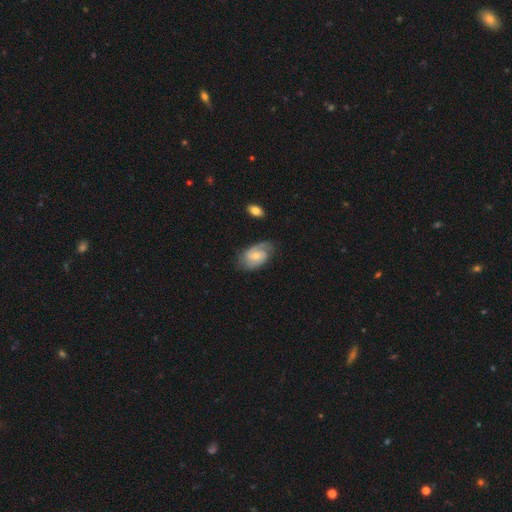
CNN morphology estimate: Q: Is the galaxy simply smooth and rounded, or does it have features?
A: featured or disk — 74%.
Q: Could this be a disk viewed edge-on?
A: no — 96%.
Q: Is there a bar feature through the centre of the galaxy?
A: no — 58%.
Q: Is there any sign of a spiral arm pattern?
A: yes — 93%.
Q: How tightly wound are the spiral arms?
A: tight — 45%.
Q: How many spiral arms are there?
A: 2 — 64%.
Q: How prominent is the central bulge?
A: moderate — 49%.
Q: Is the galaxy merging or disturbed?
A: none — 69%.